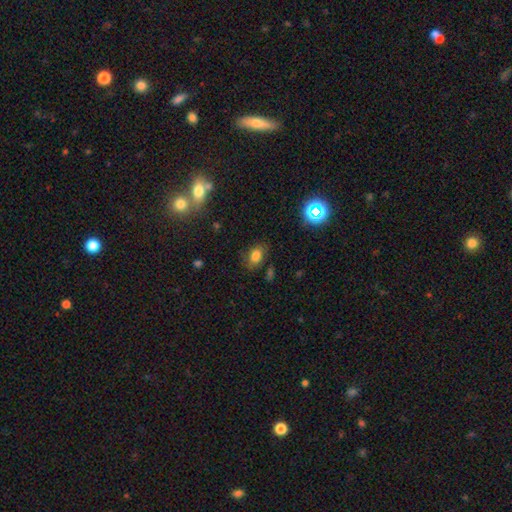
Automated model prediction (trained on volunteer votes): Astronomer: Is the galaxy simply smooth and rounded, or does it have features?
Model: smooth — 74%.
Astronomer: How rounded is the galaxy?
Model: in between — 75%.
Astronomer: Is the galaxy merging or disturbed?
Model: none — 73%.